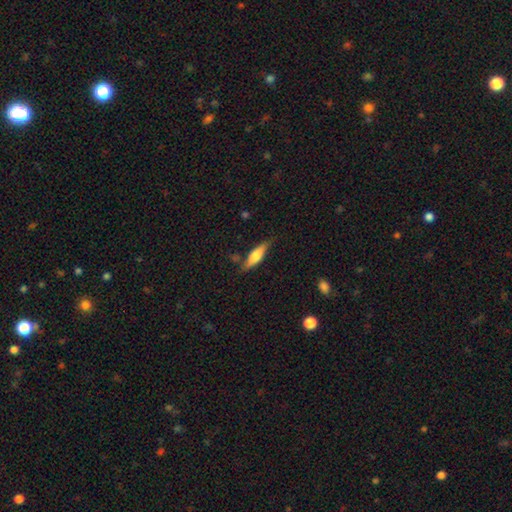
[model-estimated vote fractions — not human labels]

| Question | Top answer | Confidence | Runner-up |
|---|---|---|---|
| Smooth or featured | smooth | 62% | featured or disk (32%) |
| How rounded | cigar-shaped | 60% | in between (38%) |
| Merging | none | 74% | minor disturbance (18%) |